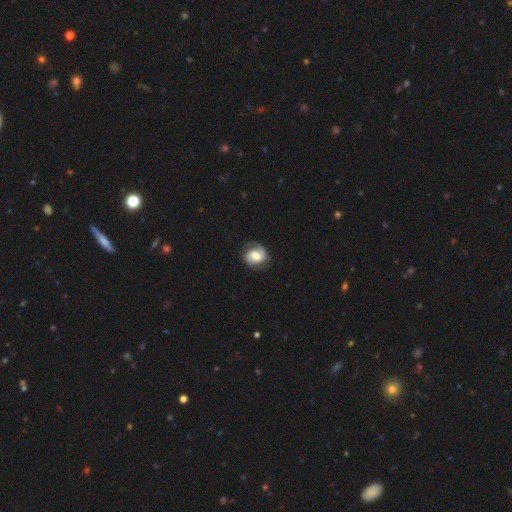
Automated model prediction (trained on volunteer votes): Smooth or featured? Predicted: featured or disk (p=0.70). Edge-on disk? Predicted: no (p=0.98). Bar? Predicted: no (p=0.44). Spiral arms? Predicted: yes (p=0.92). Spiral winding? Predicted: medium (p=0.44). Spiral arm count? Predicted: 2 (p=0.81). Bulge size? Predicted: moderate (p=0.60). Merging? Predicted: none (p=0.76).